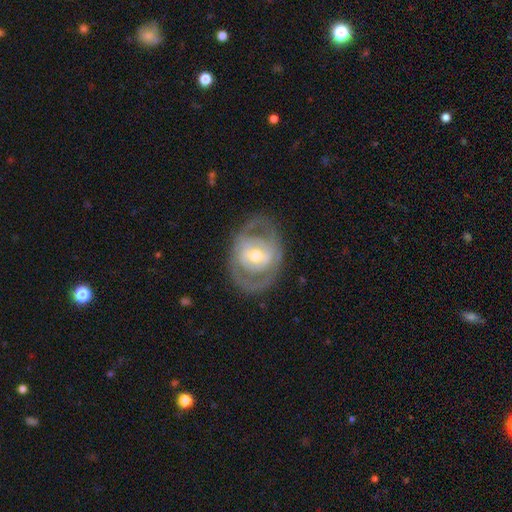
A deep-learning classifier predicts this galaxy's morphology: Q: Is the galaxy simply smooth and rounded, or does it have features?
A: featured or disk — 75%.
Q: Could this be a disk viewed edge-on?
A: no — 95%.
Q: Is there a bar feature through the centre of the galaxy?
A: no — 42%.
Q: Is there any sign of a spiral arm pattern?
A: yes — 58%.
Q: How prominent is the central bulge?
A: moderate — 67%.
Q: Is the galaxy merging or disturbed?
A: none — 71%.